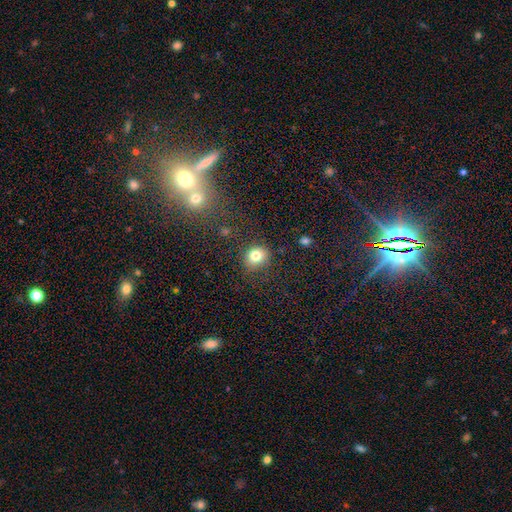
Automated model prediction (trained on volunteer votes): Smooth or featured? smooth (80%)
How rounded? round (76%)
Merging? none (77%)